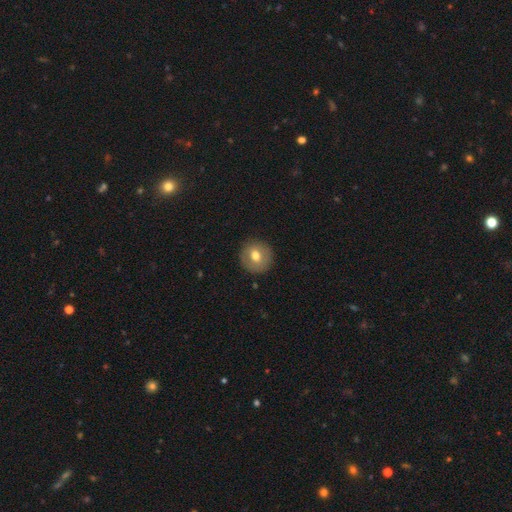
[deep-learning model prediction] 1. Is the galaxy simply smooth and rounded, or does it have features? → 64% smooth, 28% featured or disk, 8% star or artifact.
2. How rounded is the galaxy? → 91% round, 8% in between, 1% cigar-shaped.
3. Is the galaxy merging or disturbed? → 88% none, 8% minor disturbance, 3% major disturbance, 1% merger.